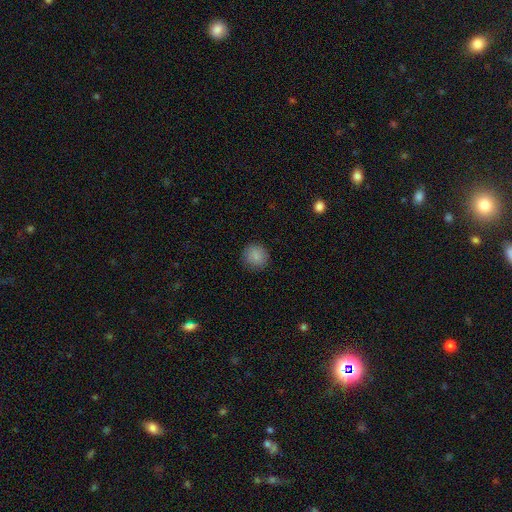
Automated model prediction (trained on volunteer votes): The model was most divided on "smooth or featured": smooth: 87%, star or artifact: 9%, featured or disk: 4%. More confident: how rounded — round (90%); merging — none (88%).